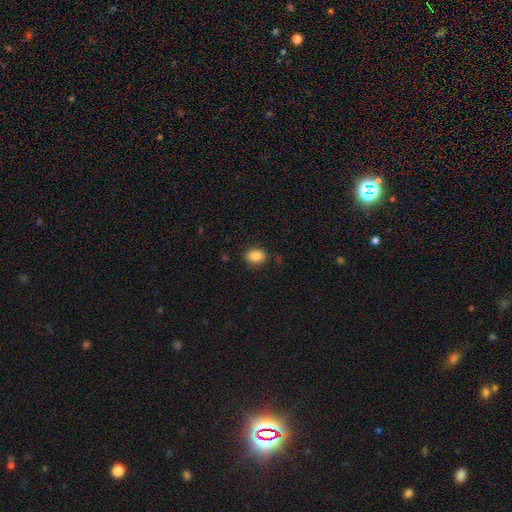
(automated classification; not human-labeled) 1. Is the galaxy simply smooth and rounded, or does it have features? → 86% smooth, 9% star or artifact, 5% featured or disk.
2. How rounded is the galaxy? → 68% in between, 31% round, 1% cigar-shaped.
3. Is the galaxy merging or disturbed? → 83% none, 12% minor disturbance, 3% major disturbance, 2% merger.